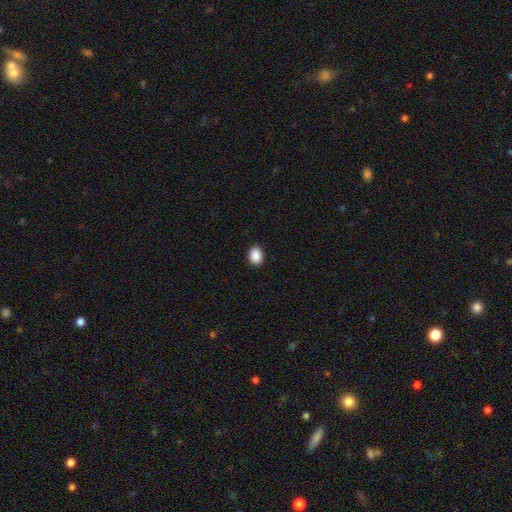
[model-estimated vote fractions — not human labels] Smooth or featured? smooth (90%)
How rounded? in between (65%)
Merging? none (91%)